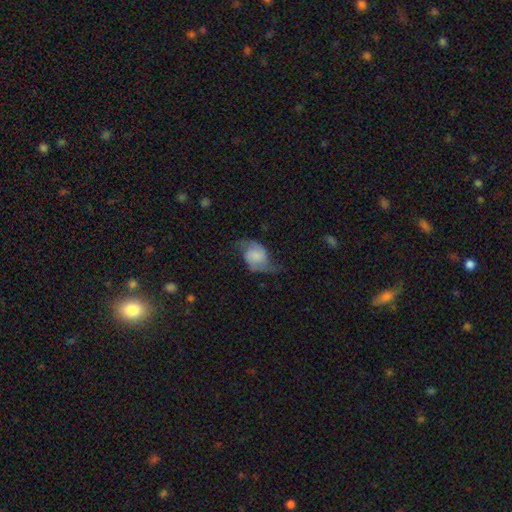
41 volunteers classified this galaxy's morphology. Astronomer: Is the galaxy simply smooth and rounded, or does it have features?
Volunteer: featured or disk — 68%.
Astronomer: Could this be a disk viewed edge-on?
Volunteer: no — 96%.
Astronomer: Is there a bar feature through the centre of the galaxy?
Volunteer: no — 59%.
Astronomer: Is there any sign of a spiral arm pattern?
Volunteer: yes — 89%.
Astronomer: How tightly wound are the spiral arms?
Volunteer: loose — 62%.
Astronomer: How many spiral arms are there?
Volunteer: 2 — 100%.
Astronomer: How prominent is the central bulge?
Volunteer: none — 37% (runner-up: small, 30%).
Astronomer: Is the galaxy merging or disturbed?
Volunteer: none — 44% (runner-up: minor disturbance, 32%).